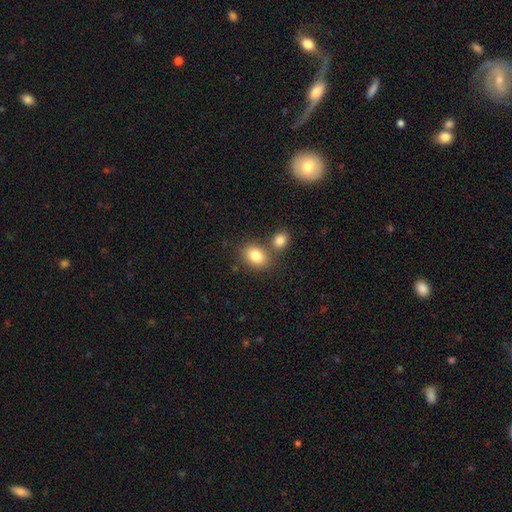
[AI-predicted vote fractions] The model was most divided on "merging": none: 60%, merger: 26%, minor disturbance: 11%, major disturbance: 3%. More confident: smooth or featured — smooth (83%); how rounded — in between (67%).